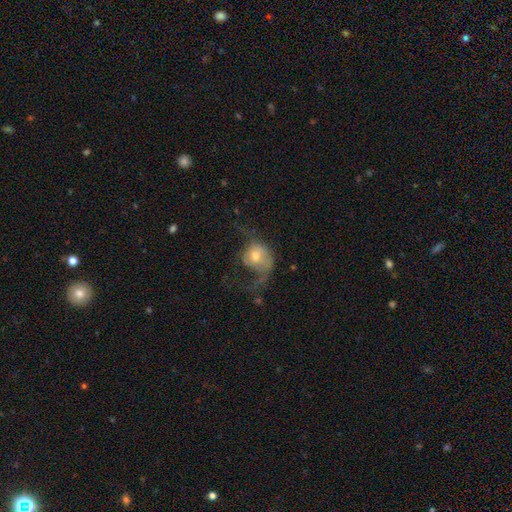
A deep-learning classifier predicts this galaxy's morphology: Overall: featured or disk (47%; smooth 44%). Merging: major disturbance (58%; none 22%).